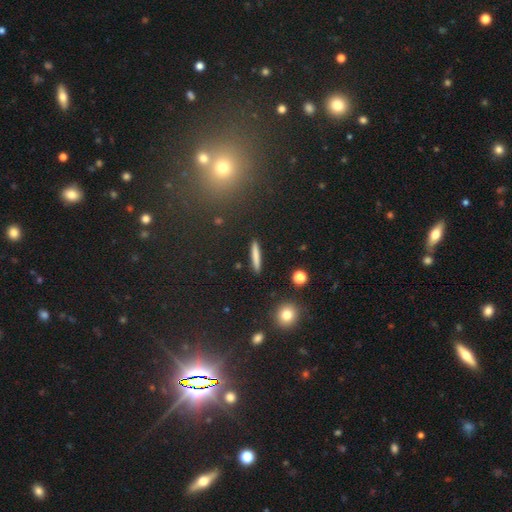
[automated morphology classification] Smooth or featured? smooth (76%)
How rounded? cigar-shaped (93%)
Merging? none (91%)